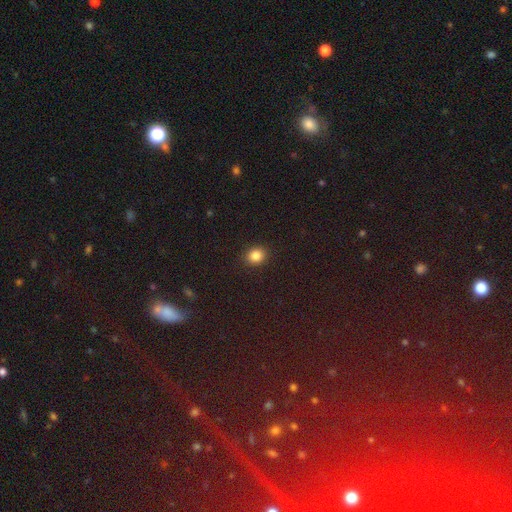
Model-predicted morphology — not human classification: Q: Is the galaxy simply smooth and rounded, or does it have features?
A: smooth — 85%.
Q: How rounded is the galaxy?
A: round — 68%.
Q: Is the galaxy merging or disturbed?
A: none — 90%.